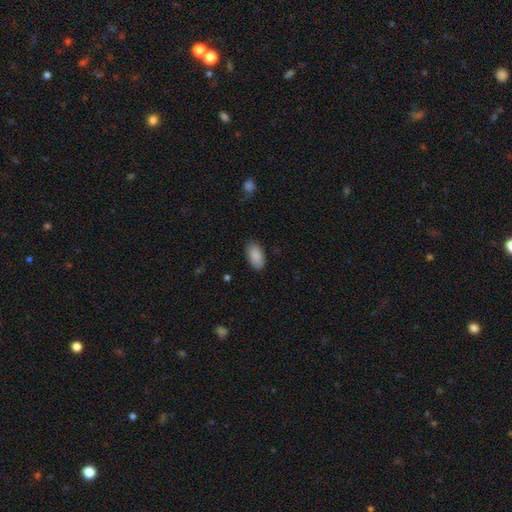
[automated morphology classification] Smooth or featured? smooth (89%)
How rounded? in between (95%)
Merging? none (86%)